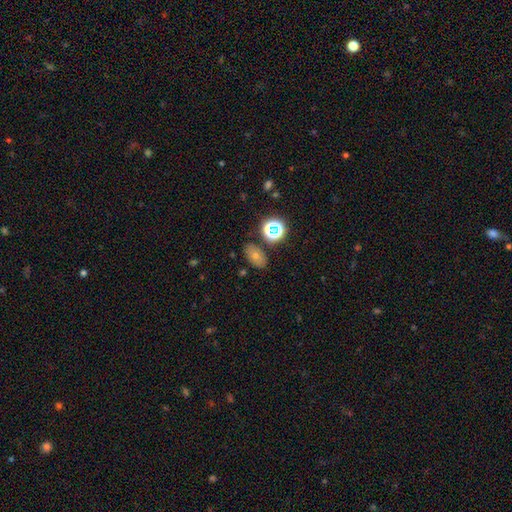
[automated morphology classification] This appears to be a smooth galaxy with no disk features (66%) that is in between round and cigar-shaped (85%). Merging: none (78%).